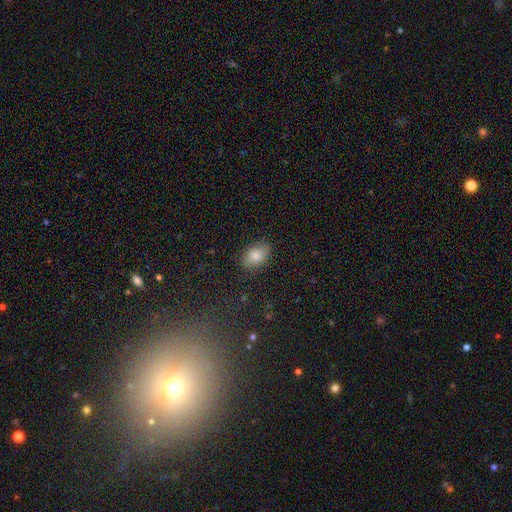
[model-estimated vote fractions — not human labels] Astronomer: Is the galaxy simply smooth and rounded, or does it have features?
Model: smooth — 83%.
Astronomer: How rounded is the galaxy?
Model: in between — 87%.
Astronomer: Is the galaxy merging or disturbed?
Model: none — 84%.